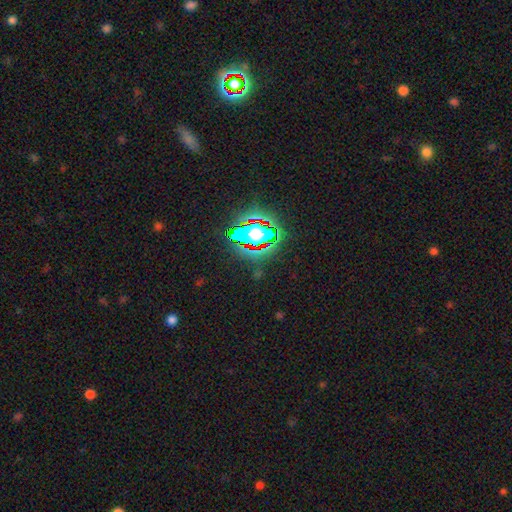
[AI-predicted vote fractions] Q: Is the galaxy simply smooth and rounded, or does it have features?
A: star or artifact — 78%.